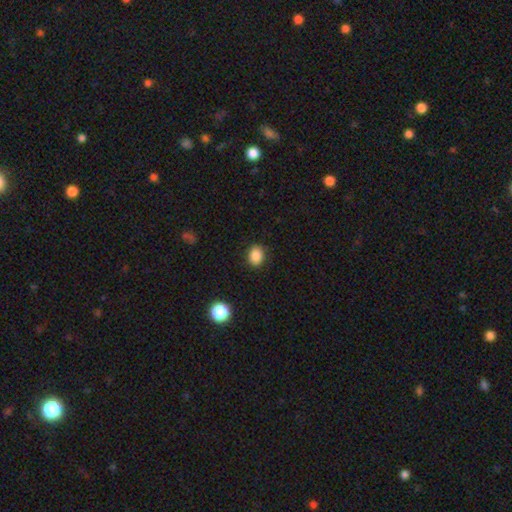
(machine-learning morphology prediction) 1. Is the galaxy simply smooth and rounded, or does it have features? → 86% smooth, 10% star or artifact, 4% featured or disk.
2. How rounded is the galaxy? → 53% round, 46% in between, 1% cigar-shaped.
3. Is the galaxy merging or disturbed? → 88% none, 8% minor disturbance, 2% major disturbance, 1% merger.